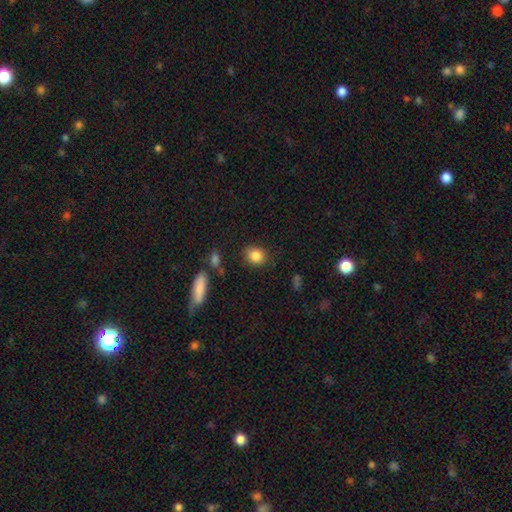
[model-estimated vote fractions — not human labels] The model was most divided on "how rounded": round: 62%, in between: 37%, cigar-shaped: 1%. More confident: smooth or featured — smooth (86%); merging — none (82%).